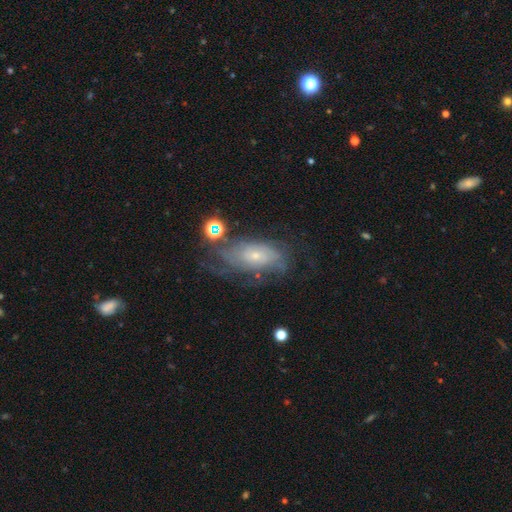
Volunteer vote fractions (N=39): Smooth or featured: featured or disk — 67% (smooth — 26%)
Edge-on disk: no — 85% (yes — 15%)
Bar: no — 82% (strong — 9%)
Spiral arms: yes — 59% (no — 41%)
Spiral winding: medium — 62% (tight — 38%)
Spiral arm count: can't tell — 77% (1 — 8%)
Bulge size: small — 73% (moderate — 18%)
Merging: none — 61% (minor disturbance — 19%)